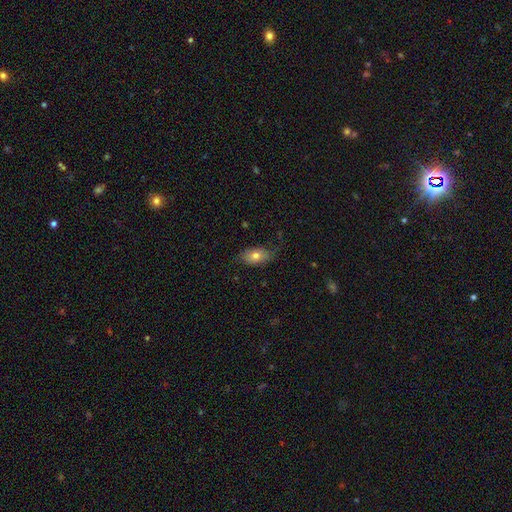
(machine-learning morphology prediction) smooth_or_featured: smooth (p=0.72) [alt: featured or disk p=0.20]
how_rounded: in between (p=0.89) [alt: round p=0.08]
merging: none (p=0.69) [alt: minor disturbance p=0.23]